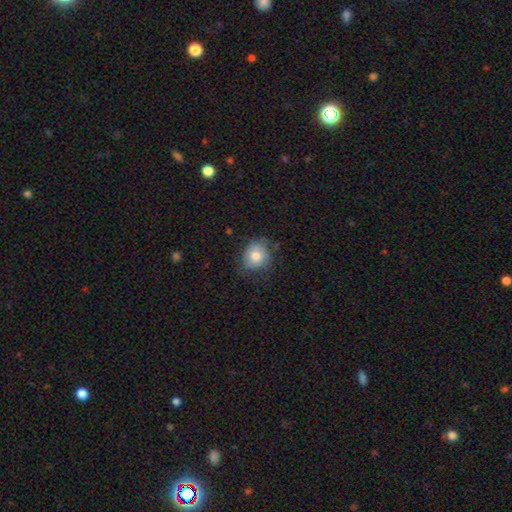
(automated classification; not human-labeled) smooth_or_featured: smooth (p=0.76) [alt: featured or disk p=0.16]
how_rounded: round (p=0.70) [alt: in between p=0.29]
merging: none (p=0.63) [alt: minor disturbance p=0.27]